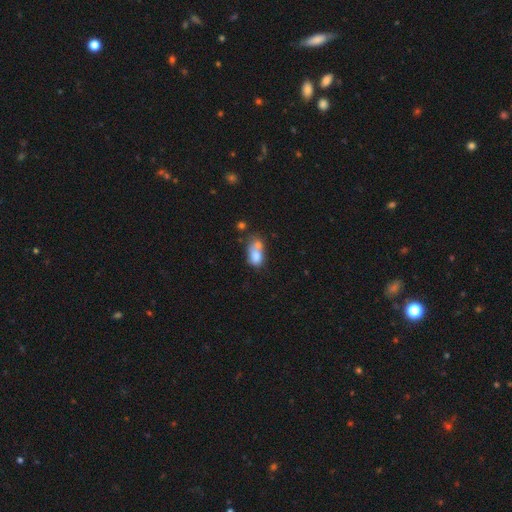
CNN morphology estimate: Smooth or featured? Predicted: smooth (p=0.73). How rounded? Predicted: in between (p=0.75). Merging? Predicted: merger (p=0.57).